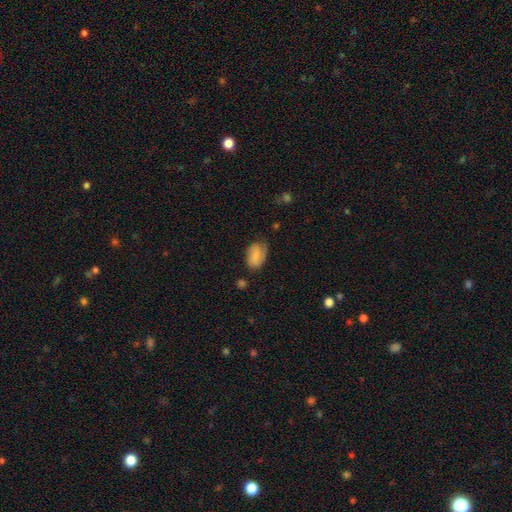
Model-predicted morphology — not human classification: Smooth or featured?
  - smooth: 64% *
  - featured or disk: 28%
  - star or artifact: 8%
How rounded?
  - in between: 85% *
  - round: 13%
  - cigar-shaped: 2%
Merging?
  - none: 60% *
  - minor disturbance: 28%
  - major disturbance: 10%
  - merger: 3%